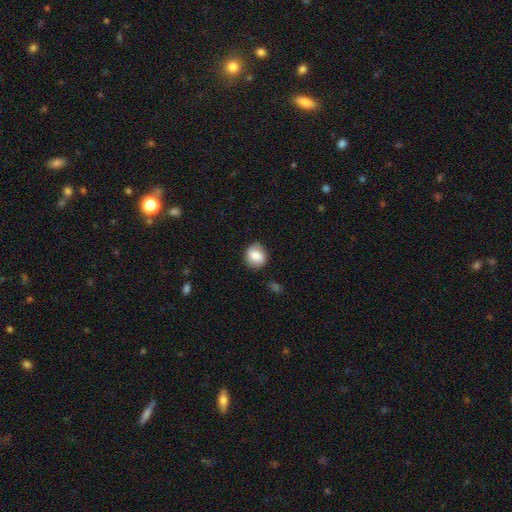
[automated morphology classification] smooth_or_featured: smooth (p=0.81) [alt: featured or disk p=0.11]
how_rounded: round (p=0.76) [alt: in between p=0.23]
merging: none (p=0.81) [alt: minor disturbance p=0.14]